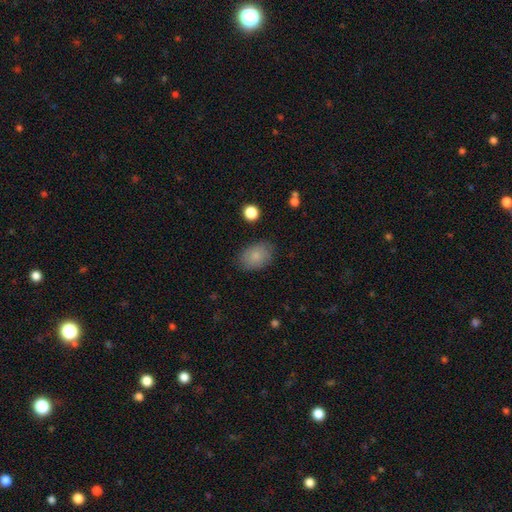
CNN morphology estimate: The model was most divided on "how rounded": in between: 79%, round: 20%, cigar-shaped: 1%. More confident: smooth or featured — smooth (82%); merging — none (81%).